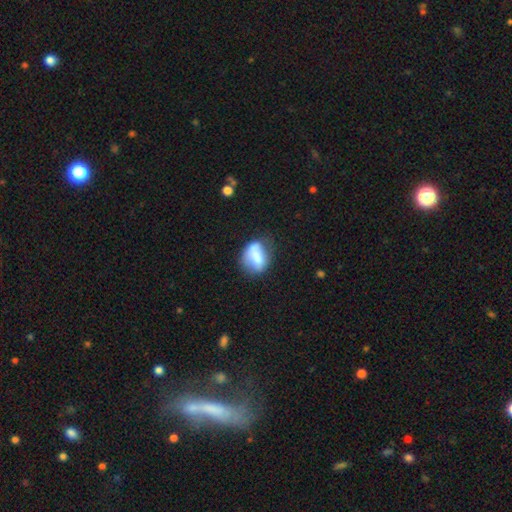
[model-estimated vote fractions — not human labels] Overall: smooth (69%). How rounded: in between (64%; round 34%). Merging: none (43%; minor disturbance 32%).